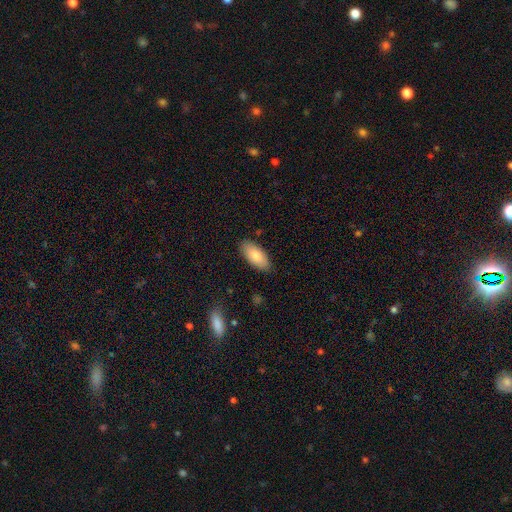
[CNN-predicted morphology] This is clearly a smooth galaxy (84%). How rounded: clearly in between (90%). Merging: clearly none (85%).